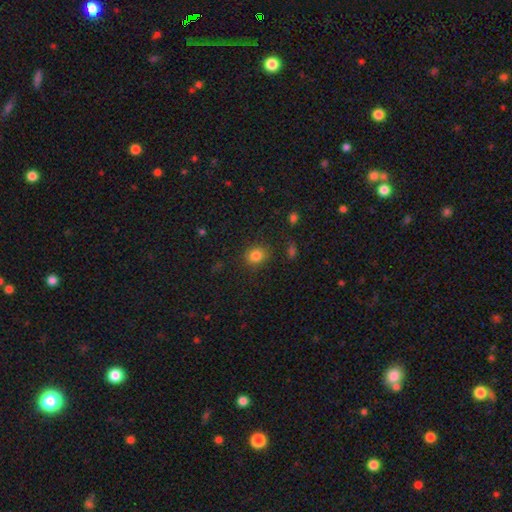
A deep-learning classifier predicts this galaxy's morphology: Smooth or featured: smooth — 83% (star or artifact — 11%)
How rounded: round — 66% (in between — 33%)
Merging: none — 83% (minor disturbance — 11%)